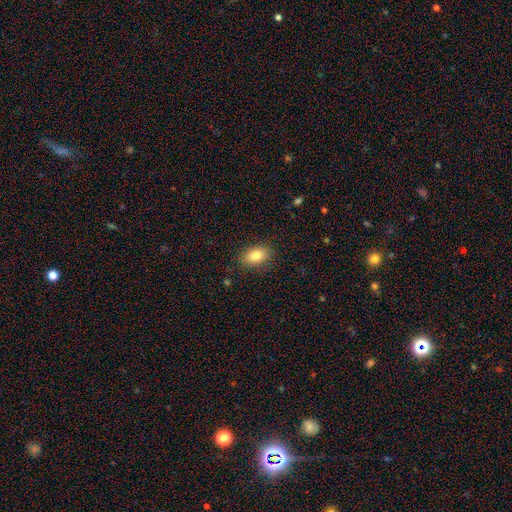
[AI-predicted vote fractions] Smooth or featured?
  - smooth: 82% *
  - featured or disk: 9%
  - star or artifact: 8%
How rounded?
  - in between: 83% *
  - round: 15%
  - cigar-shaped: 2%
Merging?
  - none: 86% *
  - minor disturbance: 10%
  - major disturbance: 3%
  - merger: 1%